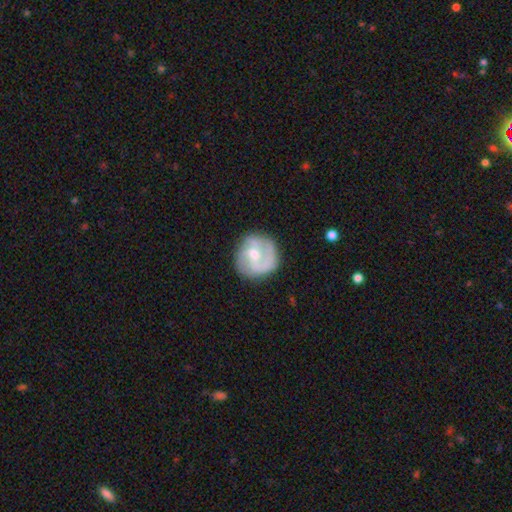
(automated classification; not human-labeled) smooth-or-featured: featured or disk: 67% | smooth: 26% | star or artifact: 6%
  disk-edge-on: no: 98% | yes: 2%
    bar: no: 48% | weak: 43% | strong: 9%
    has-spiral-arms: yes: 85% | no: 15%
      spiral-winding: medium: 44% | tight: 29% | loose: 27%
      spiral-arm-count: 2: 39% | 3: 26% | can't tell: 20% | 1: 7% | 4: 4% | more than 4: 3%
    bulge-size: moderate: 54% | small: 38% | none: 4% | large: 3% | dominant: 1%
  merging: none: 71% | minor disturbance: 18% | major disturbance: 8% | merger: 2%